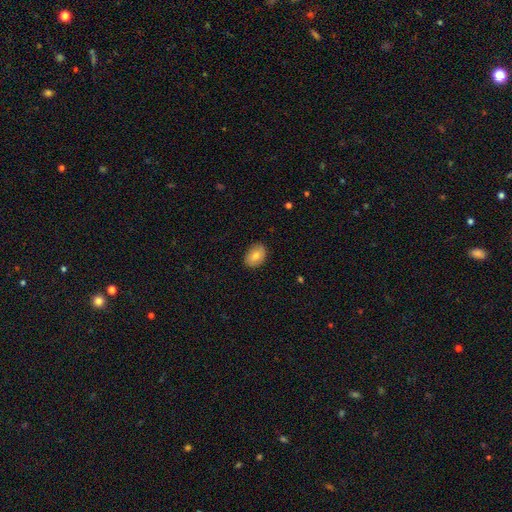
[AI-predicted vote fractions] smooth 78%, featured or disk 14%, star or artifact 8%. Down the decision tree: how rounded — in between (81%); merging — none (87%).